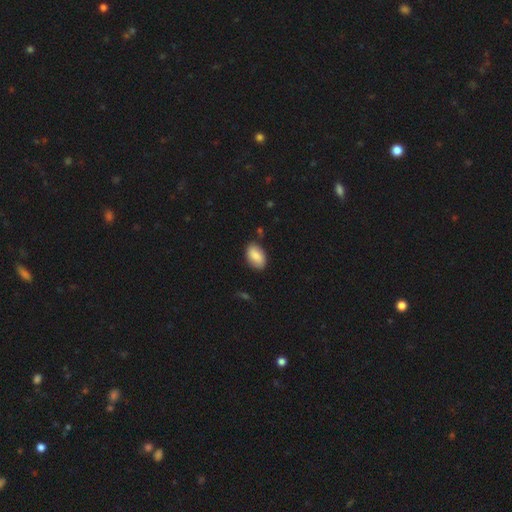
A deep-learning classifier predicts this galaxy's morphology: This appears to be a smooth galaxy with no disk features (85%) that is in between round and cigar-shaped (92%). Merging: none (82%).